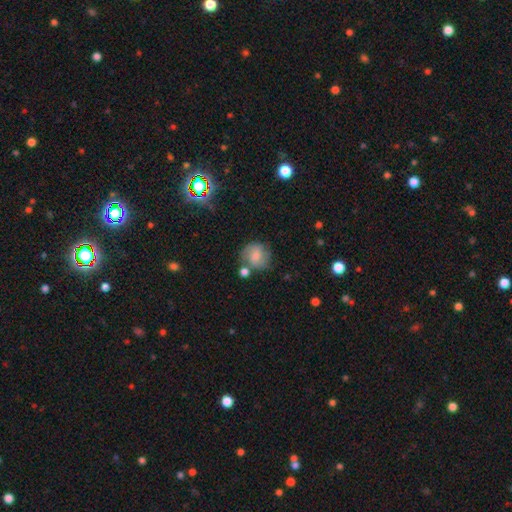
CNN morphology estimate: A smooth galaxy with no disk features (70%) that is round (77%).

Vote fractions:
- Smooth or featured? smooth: 70% / featured or disk: 20% / star or artifact: 10%
- How rounded? round: 77% / in between: 22% / cigar-shaped: 1%
- Merging? none: 57% / minor disturbance: 21% / merger: 14% / major disturbance: 8%